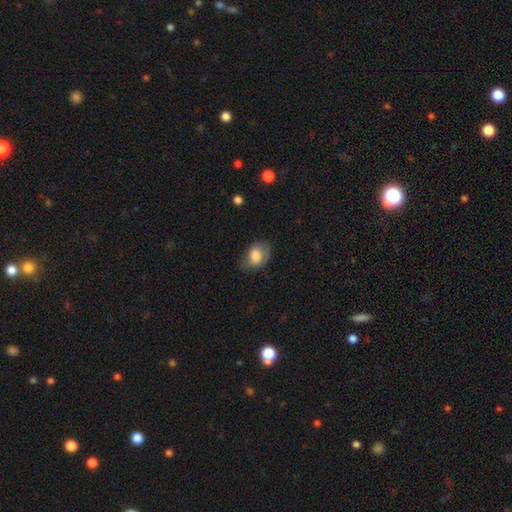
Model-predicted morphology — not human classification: smooth_or_featured: smooth (p=0.77) [alt: featured or disk p=0.16]
how_rounded: in between (p=0.77) [alt: round p=0.22]
merging: none (p=0.60) [alt: minor disturbance p=0.28]